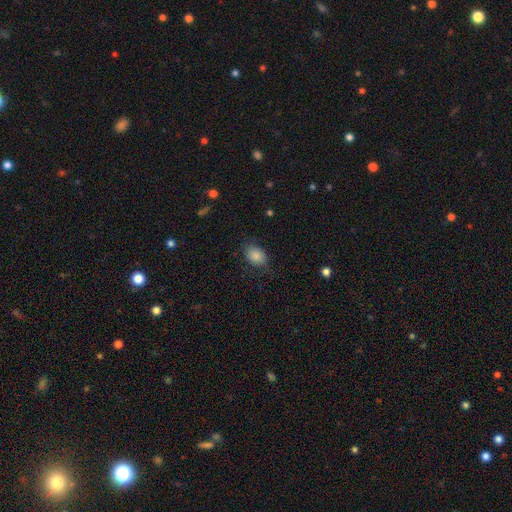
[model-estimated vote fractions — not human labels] smooth-or-featured: smooth: 84% | featured or disk: 8% | star or artifact: 8%
  how-rounded: in between: 74% | round: 25% | cigar-shaped: 1%
  merging: none: 71% | minor disturbance: 20% | major disturbance: 8% | merger: 1%